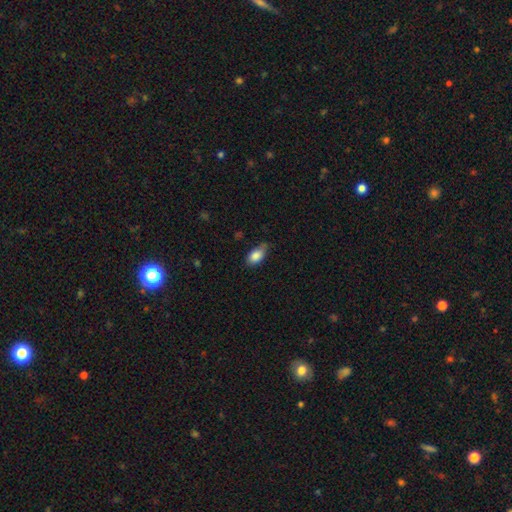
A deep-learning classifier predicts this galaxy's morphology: smooth 86%, star or artifact 7%, featured or disk 7%. Down the decision tree: how rounded — in between (90%); merging — none (61%).